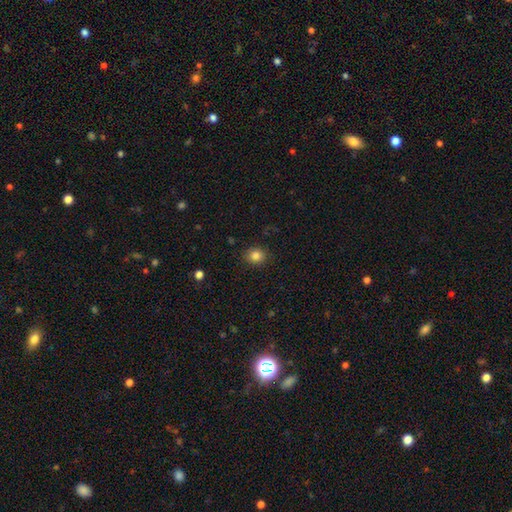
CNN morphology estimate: The model was most divided on "how rounded": round: 72%, in between: 28%, cigar-shaped: 1%. More confident: merging — none (88%); smooth or featured — smooth (83%).